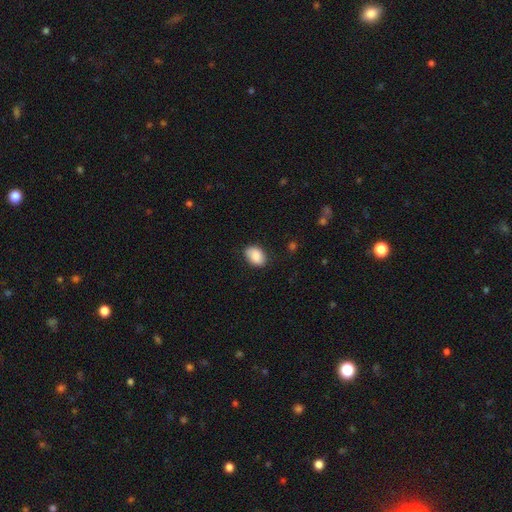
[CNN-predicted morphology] A smooth galaxy with no disk features (86%) that is in between round and cigar-shaped (84%).

Vote fractions:
- Smooth or featured? smooth: 86% / featured or disk: 8% / star or artifact: 7%
- How rounded? in between: 84% / round: 15% / cigar-shaped: 1%
- Merging? none: 80% / minor disturbance: 15% / major disturbance: 3% / merger: 1%